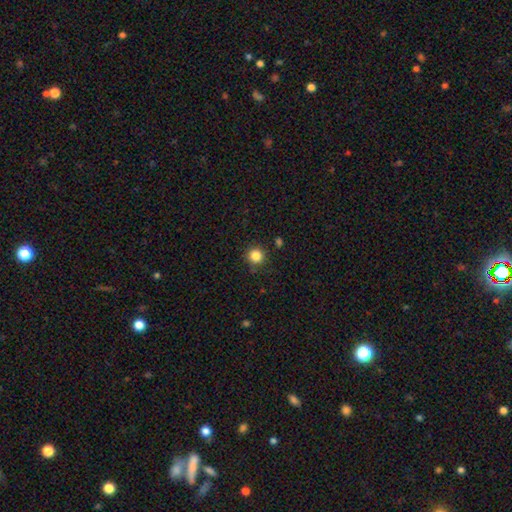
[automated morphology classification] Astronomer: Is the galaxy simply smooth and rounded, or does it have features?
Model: smooth — 84%.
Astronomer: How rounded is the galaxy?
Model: round — 95%.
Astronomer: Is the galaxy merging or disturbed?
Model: none — 88%.